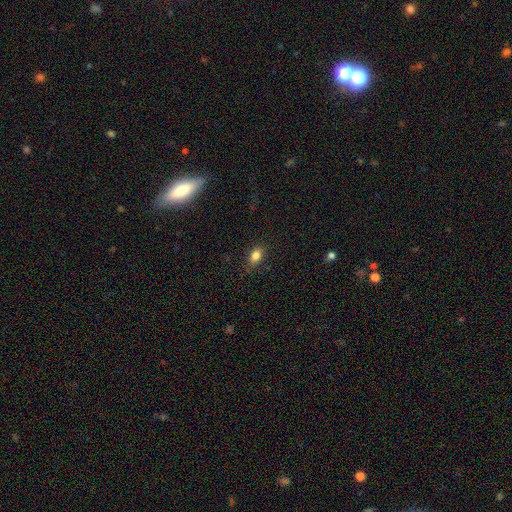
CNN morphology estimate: This appears to be a smooth galaxy with no disk features (83%) that is in between round and cigar-shaped (84%). Merging: none (83%).